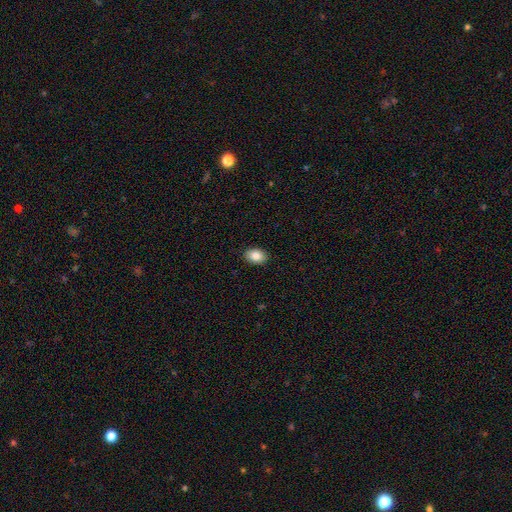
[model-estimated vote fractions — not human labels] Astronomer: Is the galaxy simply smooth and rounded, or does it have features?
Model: smooth — 86%.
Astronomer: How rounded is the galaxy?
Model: in between — 79%.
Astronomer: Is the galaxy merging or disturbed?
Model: none — 90%.